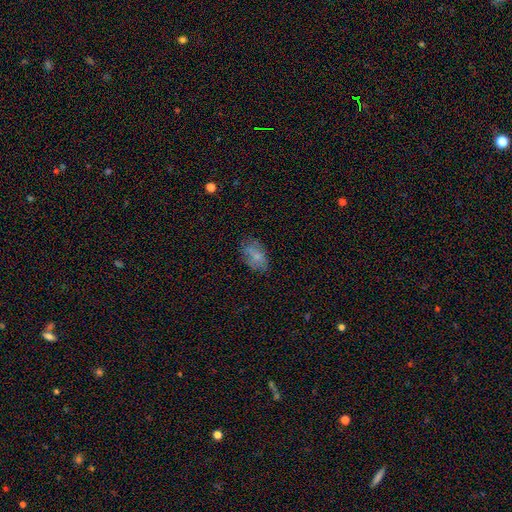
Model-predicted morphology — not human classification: This is likely a smooth galaxy (69%). How rounded: clearly in between (89%). Merging: likely none (68%).